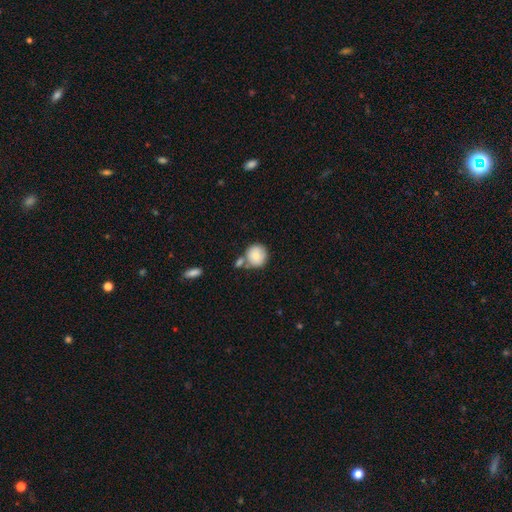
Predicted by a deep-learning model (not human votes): smooth 81%, featured or disk 12%, star or artifact 7%. Down the decision tree: how rounded — round (90%); merging — none (59%).